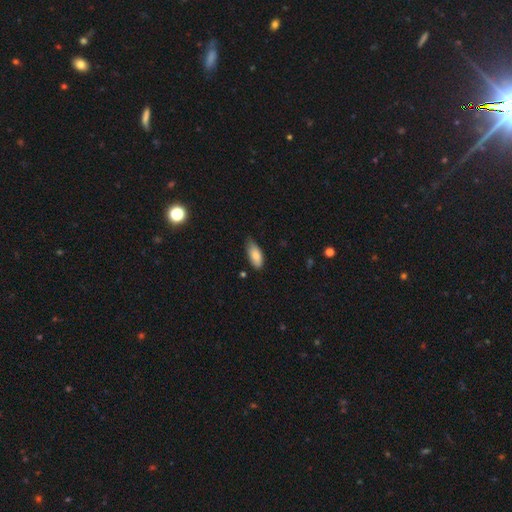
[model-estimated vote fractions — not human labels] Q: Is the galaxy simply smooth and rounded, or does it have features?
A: smooth — 84%.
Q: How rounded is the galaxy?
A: in between — 87%.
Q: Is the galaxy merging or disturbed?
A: none — 62%.